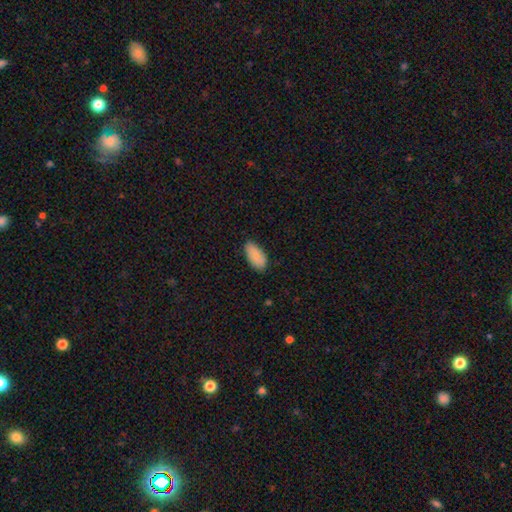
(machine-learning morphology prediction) This appears to be a smooth galaxy with no disk features (86%) that is in between round and cigar-shaped (93%). Merging: none (78%).